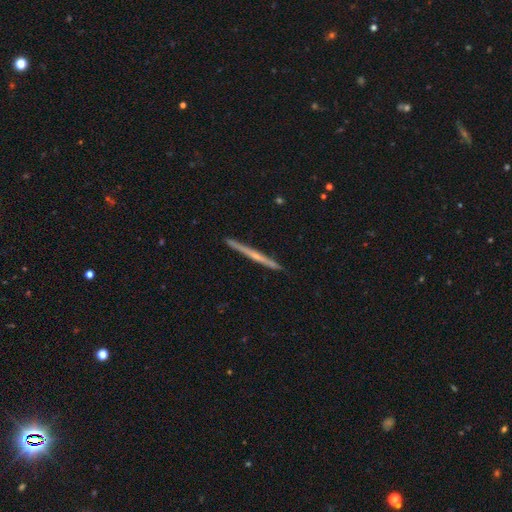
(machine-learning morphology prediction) smooth-or-featured: featured or disk: 70% | smooth: 24% | star or artifact: 6%
  disk-edge-on: yes: 98% | no: 2%
    edge-on-bulge: none: 48% | rounded: 46% | boxy: 6%
  merging: none: 92% | minor disturbance: 6% | major disturbance: 1% | merger: 1%